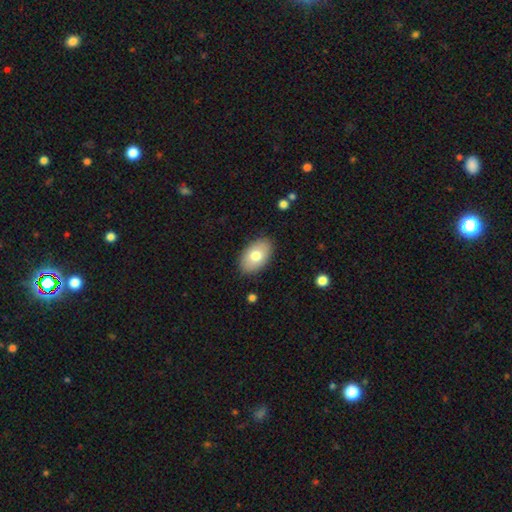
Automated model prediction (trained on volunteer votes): Smooth or featured: smooth — 76% (featured or disk — 18%)
How rounded: in between — 92% (round — 6%)
Merging: none — 87% (minor disturbance — 10%)